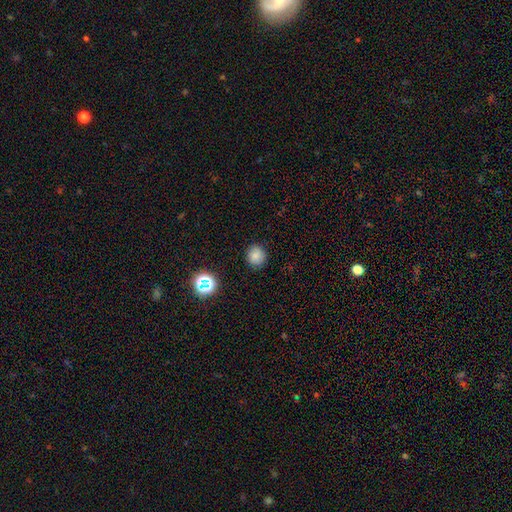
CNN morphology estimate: This appears to be a smooth galaxy with no disk features (79%) that is round (84%). Merging: none (87%).